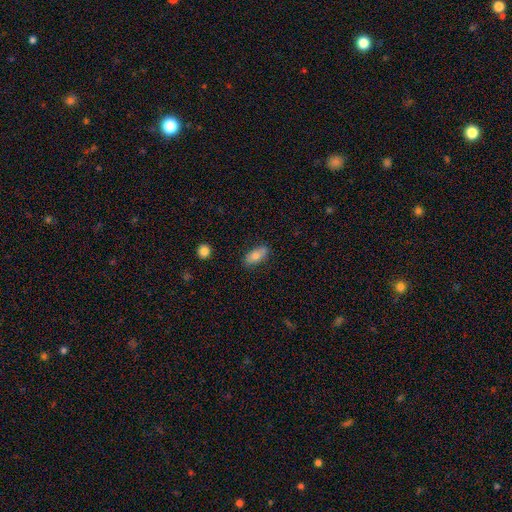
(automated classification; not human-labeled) Overall: smooth (75%). How rounded: in between (86%). Merging: none (83%).